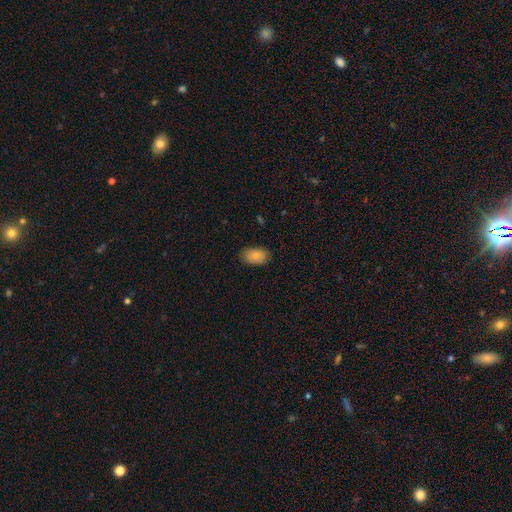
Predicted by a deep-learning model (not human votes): Smooth or featured: smooth — 83% (featured or disk — 9%)
How rounded: in between — 88% (round — 10%)
Merging: none — 81% (minor disturbance — 16%)